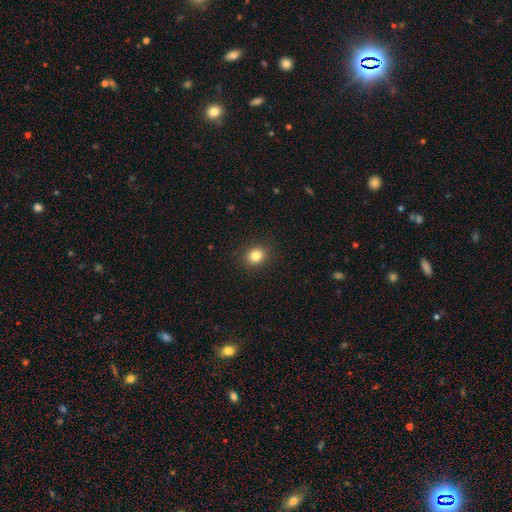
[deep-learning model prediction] A smooth galaxy with no disk features (83%) that is round (75%).

Vote fractions:
- Smooth or featured? smooth: 83% / star or artifact: 11% / featured or disk: 5%
- How rounded? round: 75% / in between: 24% / cigar-shaped: 1%
- Merging? none: 90% / minor disturbance: 7% / major disturbance: 2% / merger: 1%